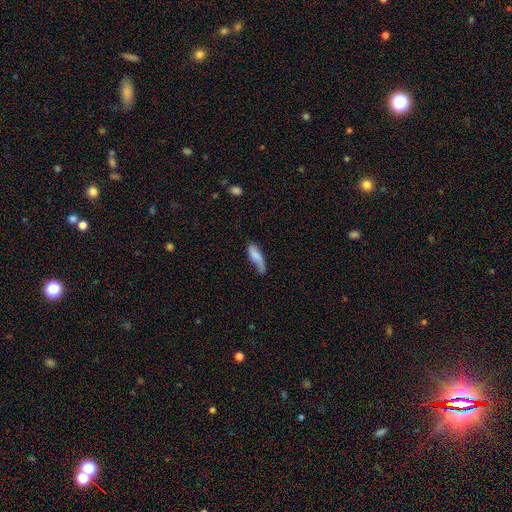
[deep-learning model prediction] Smooth or featured? smooth (71%)
How rounded? in between (54%)
Merging? none (42%)